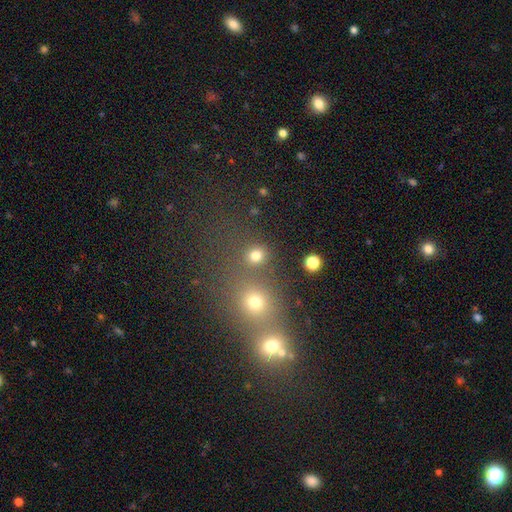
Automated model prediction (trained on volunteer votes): Smooth or featured: smooth — 78% (star or artifact — 16%)
How rounded: round — 83% (in between — 16%)
Merging: none — 72% (merger — 17%)